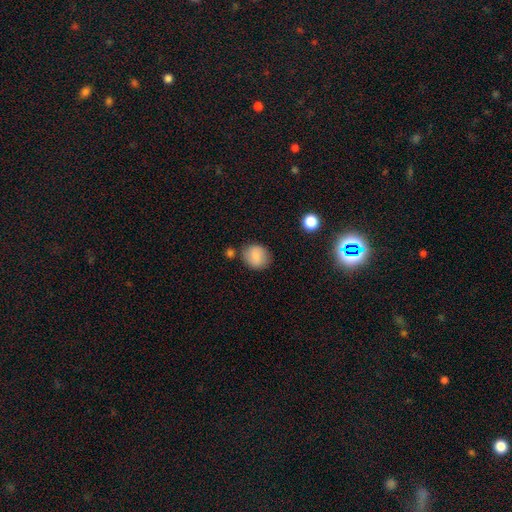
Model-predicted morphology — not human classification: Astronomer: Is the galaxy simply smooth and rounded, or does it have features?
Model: smooth — 81%.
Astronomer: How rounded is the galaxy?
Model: round — 75%.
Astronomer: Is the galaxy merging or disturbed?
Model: none — 78%.